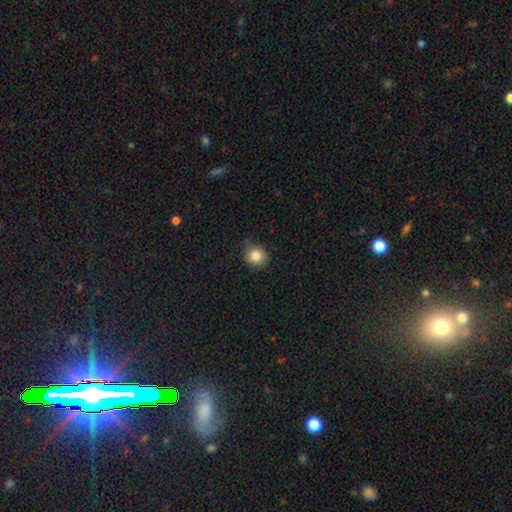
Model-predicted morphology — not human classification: A smooth galaxy with no disk features (84%) that is round (79%). Merging: none (76%).